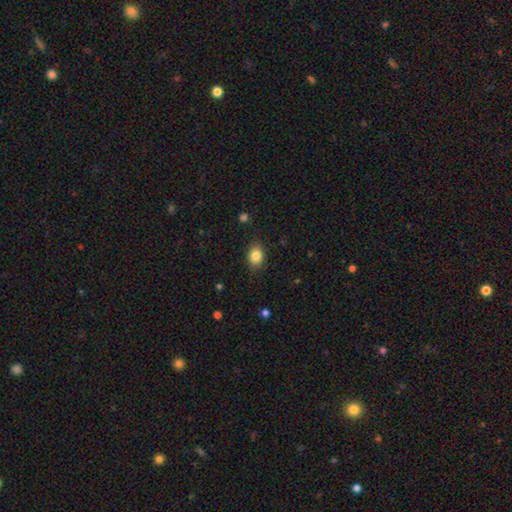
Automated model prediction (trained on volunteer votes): Q: Smooth or featured?
A: smooth (85%); runner-up: star or artifact (9%)
Q: How rounded?
A: in between (71%); runner-up: round (28%)
Q: Merging?
A: none (85%); runner-up: minor disturbance (11%)